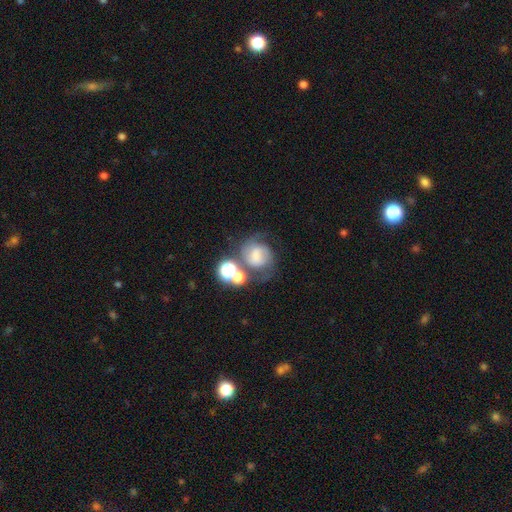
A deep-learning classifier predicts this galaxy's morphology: Smooth or featured? Predicted: featured or disk (p=0.54). Edge-on disk? Predicted: no (p=0.97). Bar? Predicted: no (p=0.49). Spiral arms? Predicted: yes (p=0.83). Bulge size? Predicted: small (p=0.28). Merging? Predicted: none (p=0.44).